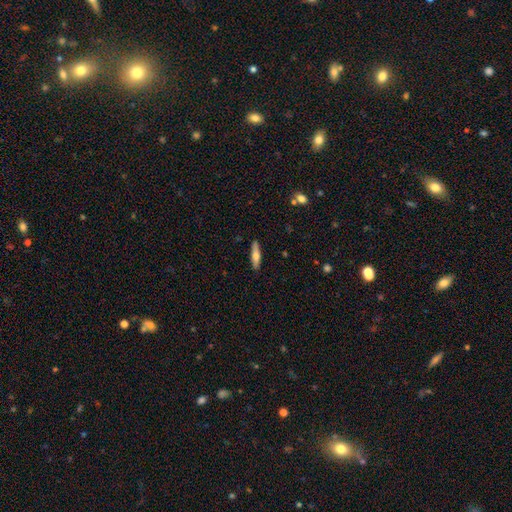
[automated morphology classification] Overall: smooth (60%; featured or disk 34%). How rounded: cigar-shaped (74%). Merging: none (89%).